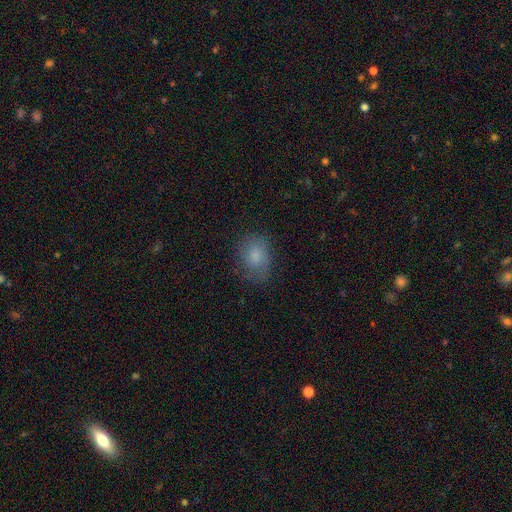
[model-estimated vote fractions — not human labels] smooth 74%, featured or disk 17%, star or artifact 9%. Down the decision tree: how rounded — in between (65%); merging — none (68%).